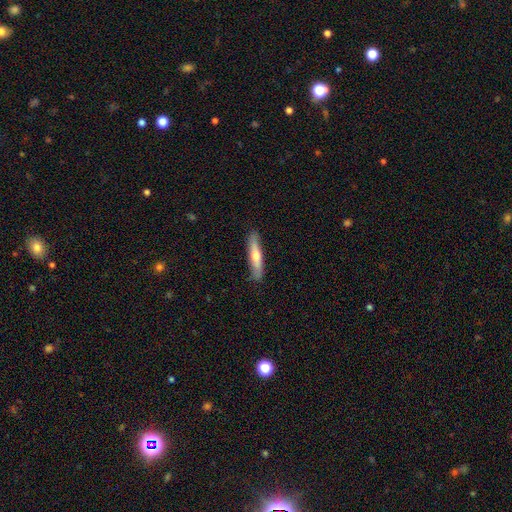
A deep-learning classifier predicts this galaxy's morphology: smooth-or-featured: smooth: 53% | featured or disk: 42% | star or artifact: 5%
  how-rounded: cigar-shaped: 88% | in between: 10% | round: 2%
  merging: none: 87% | minor disturbance: 10% | major disturbance: 2% | merger: 1%